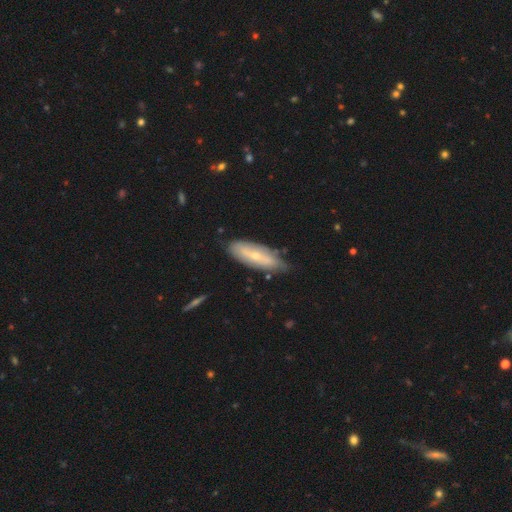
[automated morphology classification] smooth_or_featured: featured or disk (p=0.55) [alt: smooth p=0.39]
disk_edge_on: no (p=0.70) [alt: yes p=0.30]
merging: none (p=0.68) [alt: minor disturbance p=0.25]